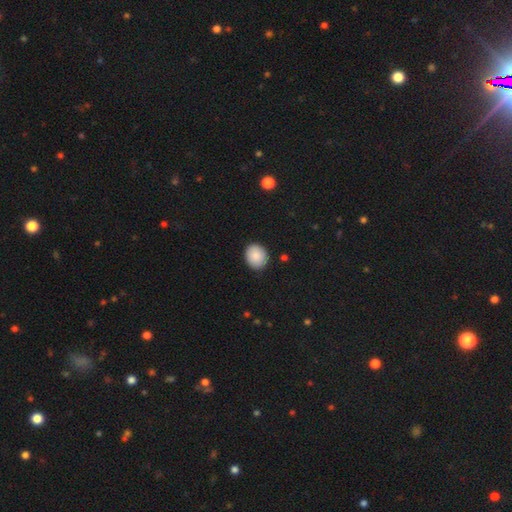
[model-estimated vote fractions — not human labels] smooth 88%, star or artifact 7%, featured or disk 5%. Down the decision tree: how rounded — round (68%); merging — none (87%).